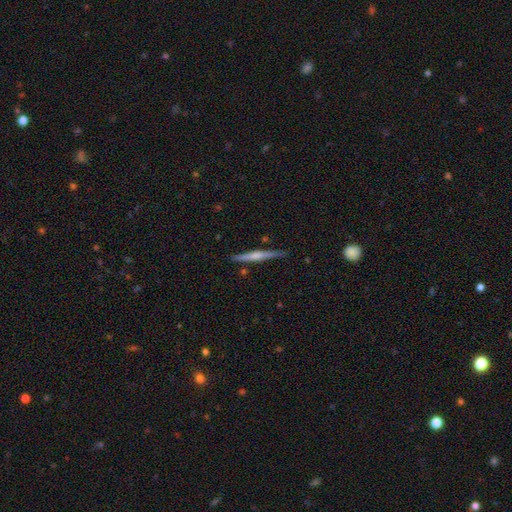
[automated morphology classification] smooth-or-featured: featured or disk: 58% | smooth: 37% | star or artifact: 6%
  disk-edge-on: yes: 98% | no: 2%
    edge-on-bulge: rounded: 50% | none: 32% | boxy: 18%
  merging: none: 87% | minor disturbance: 10% | merger: 2% | major disturbance: 2%